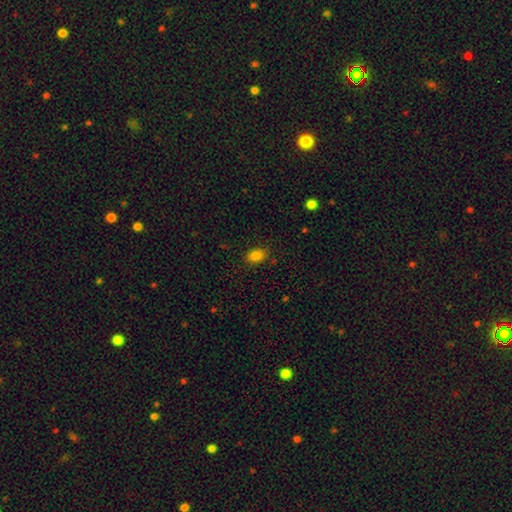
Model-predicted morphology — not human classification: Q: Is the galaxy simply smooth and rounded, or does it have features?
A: smooth — 84%.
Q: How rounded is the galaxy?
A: in between — 81%.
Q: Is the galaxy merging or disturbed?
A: none — 85%.